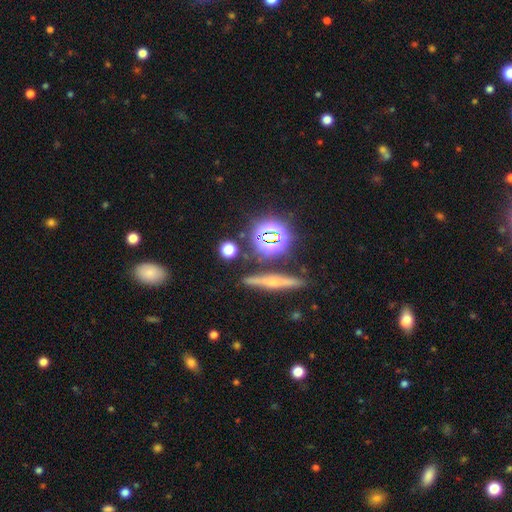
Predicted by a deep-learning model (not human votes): The model was most divided on "smooth or featured": star or artifact: 59%, smooth: 22%, featured or disk: 19%.